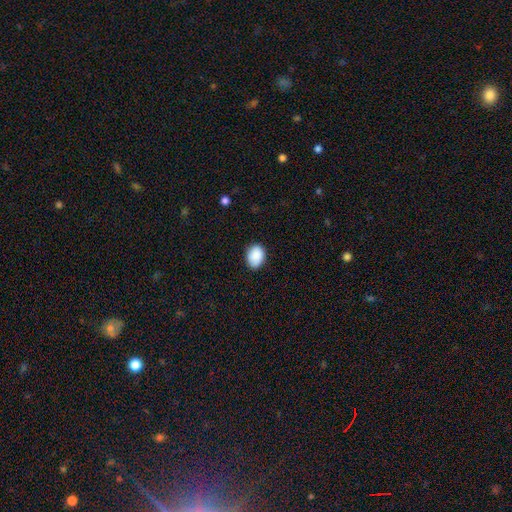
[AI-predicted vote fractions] Morphology: type=smooth (89%); roundness=in between (71%); merging=none (79%).